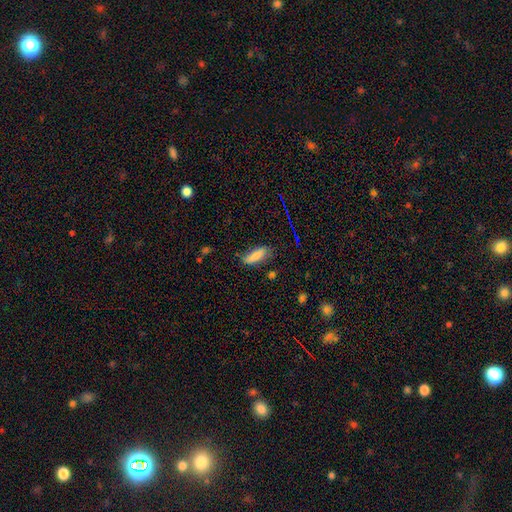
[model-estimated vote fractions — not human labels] A smooth galaxy with no disk features (79%) that is in between round and cigar-shaped (60%). Merging: none (70%).